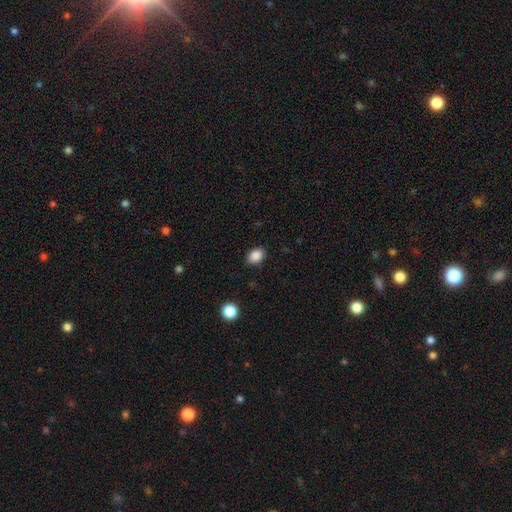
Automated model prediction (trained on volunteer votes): Smooth or featured: smooth — 87% (star or artifact — 9%)
How rounded: in between — 72% (round — 27%)
Merging: none — 87% (minor disturbance — 9%)